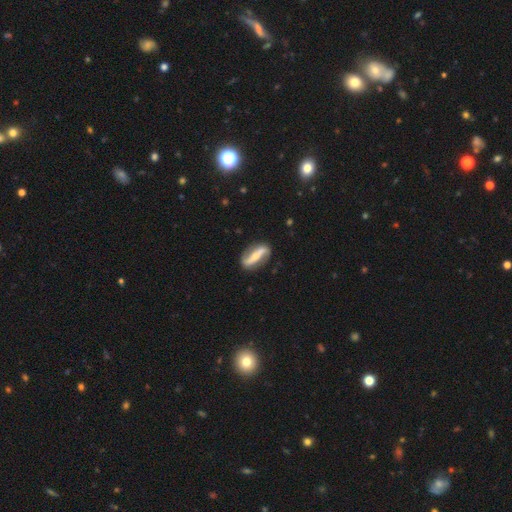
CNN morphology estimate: Smooth or featured? Predicted: featured or disk (p=0.76). Edge-on disk? Predicted: no (p=0.85). Bar? Predicted: strong (p=0.68). Spiral arms? Predicted: yes (p=0.85). Spiral winding? Predicted: loose (p=0.64). Spiral arm count? Predicted: 2 (p=0.90). Bulge size? Predicted: small (p=0.50). Merging? Predicted: none (p=0.83).